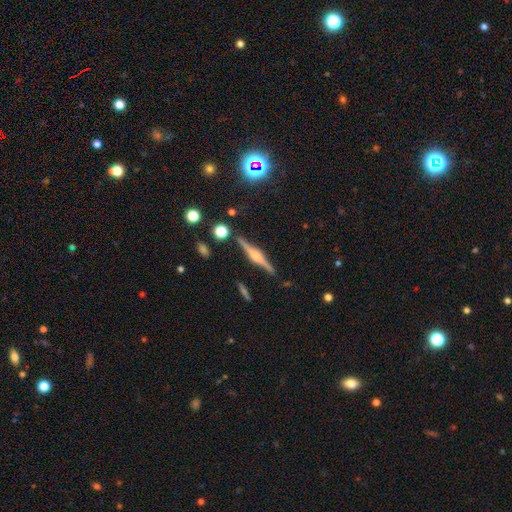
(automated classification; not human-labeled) Smooth or featured? Predicted: featured or disk (p=0.82). Edge-on disk? Predicted: yes (p=0.98). Edge-on bulge? Predicted: rounded (p=0.82). Merging? Predicted: none (p=0.89).